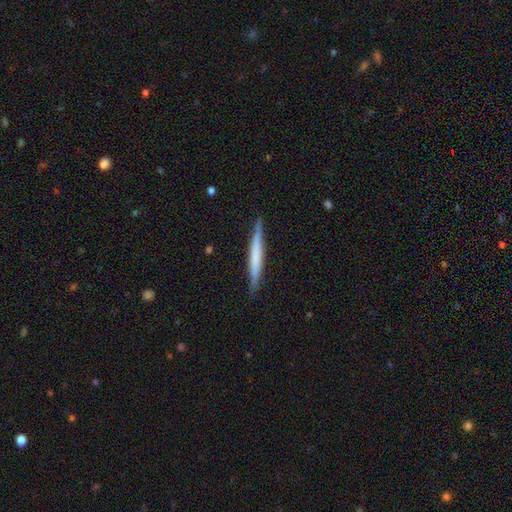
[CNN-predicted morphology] Smooth or featured?
  - smooth: 48% *
  - featured or disk: 46%
  - star or artifact: 6%
Merging?
  - none: 87% *
  - minor disturbance: 10%
  - major disturbance: 2%
  - merger: 1%